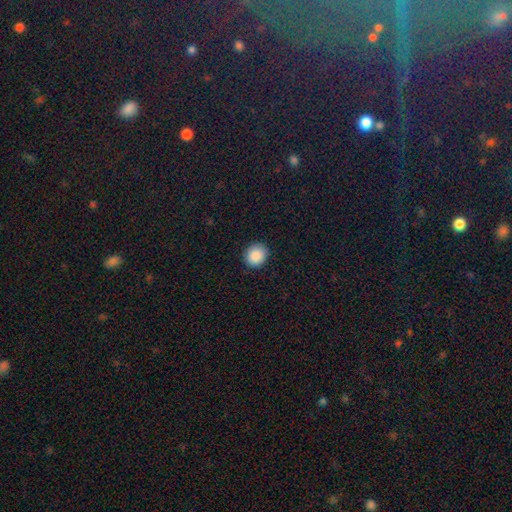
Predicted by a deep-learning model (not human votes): Q: Smooth or featured?
A: smooth (89%); runner-up: star or artifact (8%)
Q: How rounded?
A: round (71%); runner-up: in between (28%)
Q: Merging?
A: none (90%); runner-up: minor disturbance (7%)